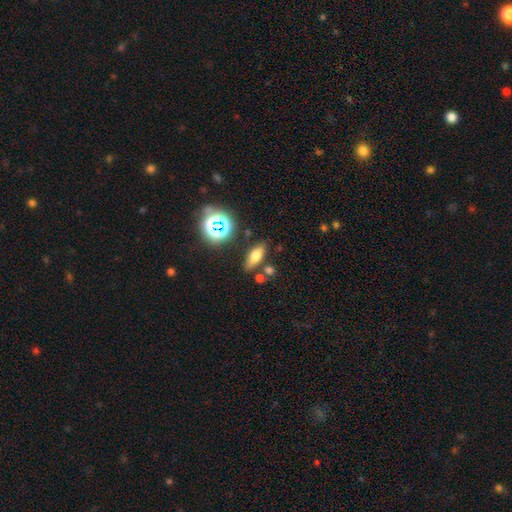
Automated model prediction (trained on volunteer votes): A smooth galaxy with no disk features (63%) that is in between round and cigar-shaped (67%).

Vote fractions:
- Smooth or featured? smooth: 63% / featured or disk: 21% / star or artifact: 16%
- How rounded? in between: 67% / cigar-shaped: 25% / round: 8%
- Merging? none: 78% / minor disturbance: 12% / merger: 7% / major disturbance: 4%